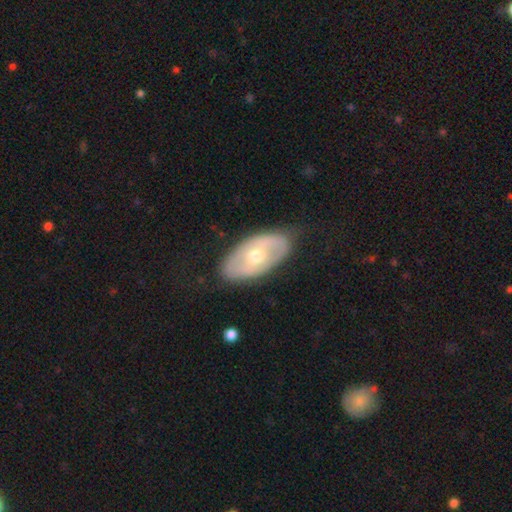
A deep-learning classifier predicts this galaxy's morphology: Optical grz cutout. It shows a featured or disk galaxy (55%). Merging: none (78%).